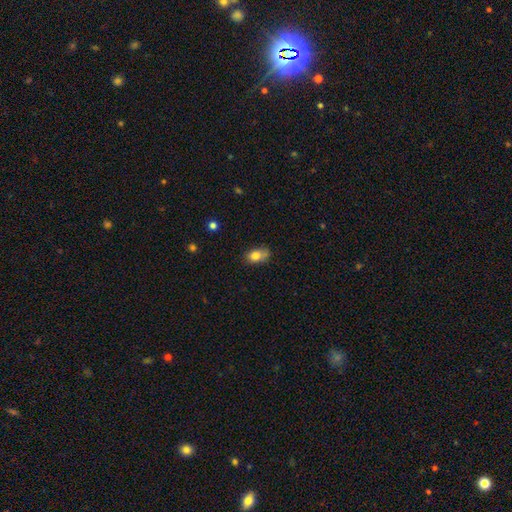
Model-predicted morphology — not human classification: type=smooth (80%); roundness=in between (80%); merging=none (53%).